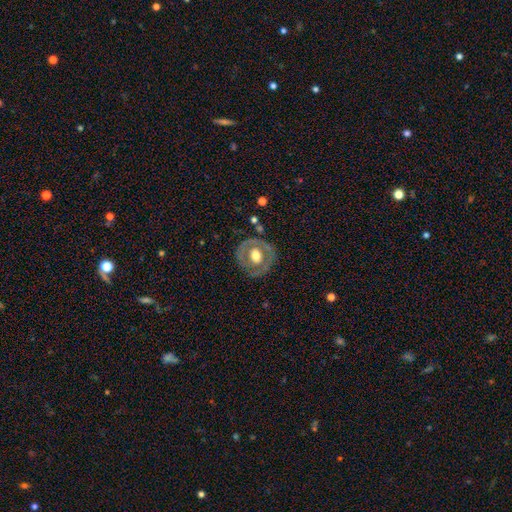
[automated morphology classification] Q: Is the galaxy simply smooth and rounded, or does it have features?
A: featured or disk — 57%.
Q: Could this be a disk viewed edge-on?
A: no — 95%.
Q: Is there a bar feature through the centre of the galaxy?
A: no — 75%.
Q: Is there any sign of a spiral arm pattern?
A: no — 79%.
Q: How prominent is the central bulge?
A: moderate — 51%.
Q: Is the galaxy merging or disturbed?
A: none — 77%.